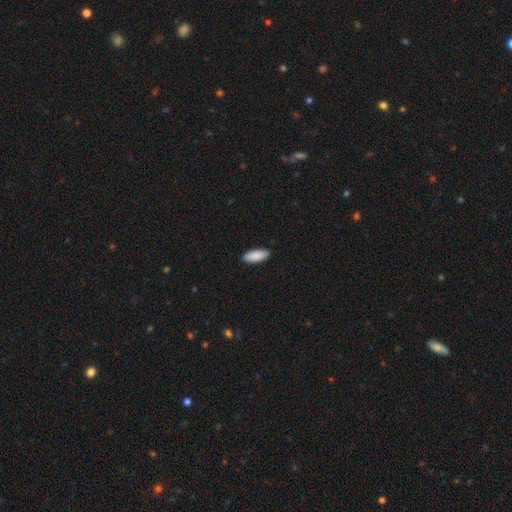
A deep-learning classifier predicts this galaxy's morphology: type=smooth (90%); roundness=in between (80%); merging=none (90%).